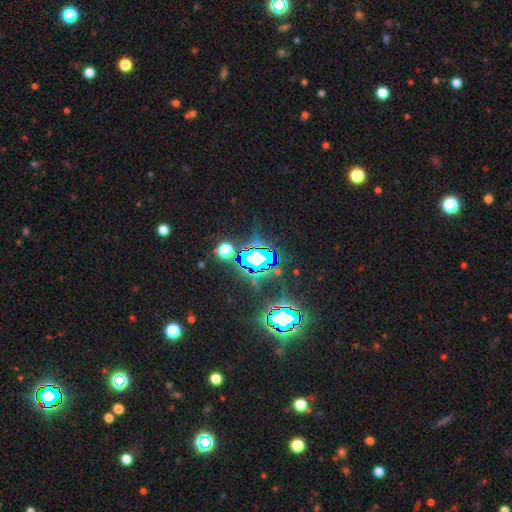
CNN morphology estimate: Overall: star or artifact (76%).